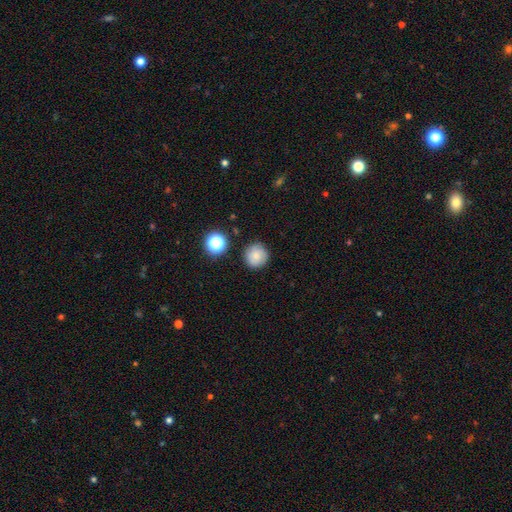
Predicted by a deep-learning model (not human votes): smooth_or_featured: smooth (p=0.79) [alt: star or artifact p=0.11]
how_rounded: round (p=0.93) [alt: in between p=0.06]
merging: none (p=0.86) [alt: minor disturbance p=0.09]